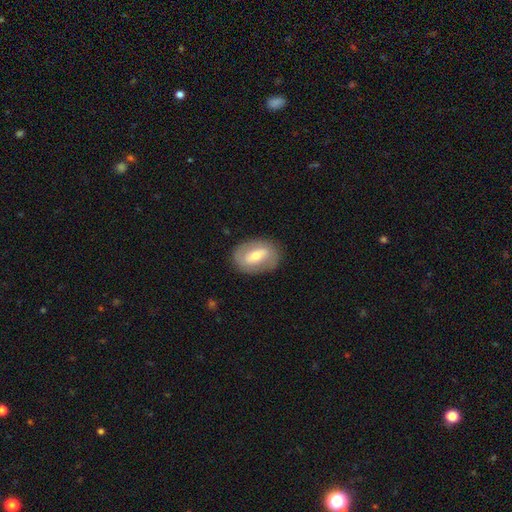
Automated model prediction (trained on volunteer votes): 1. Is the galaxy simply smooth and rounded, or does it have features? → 53% featured or disk, 41% smooth, 6% star or artifact.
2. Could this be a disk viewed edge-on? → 90% no, 10% yes.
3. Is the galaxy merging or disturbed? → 84% none, 11% minor disturbance, 4% major disturbance, 1% merger.